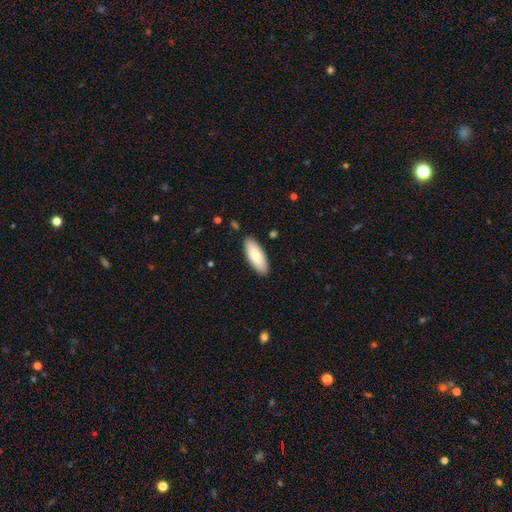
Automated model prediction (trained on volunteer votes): The model was most divided on "how rounded": in between: 75%, cigar-shaped: 24%, round: 1%. More confident: merging — none (88%); smooth or featured — smooth (84%).